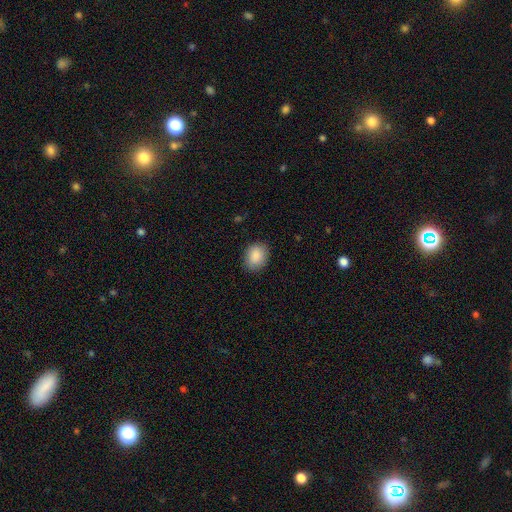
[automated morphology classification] Smooth or featured?
  - smooth: 89% *
  - star or artifact: 7%
  - featured or disk: 4%
How rounded?
  - in between: 56% *
  - round: 43%
  - cigar-shaped: 1%
Merging?
  - none: 87% *
  - minor disturbance: 10%
  - major disturbance: 2%
  - merger: 1%